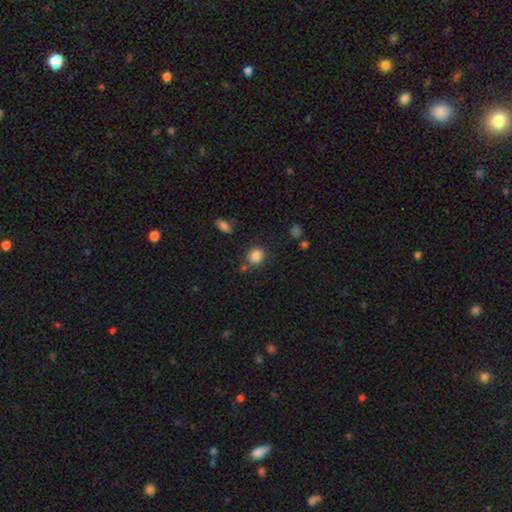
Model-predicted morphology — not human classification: This appears to be a smooth galaxy with no disk features (85%) that is round (81%). Merging: none (75%).